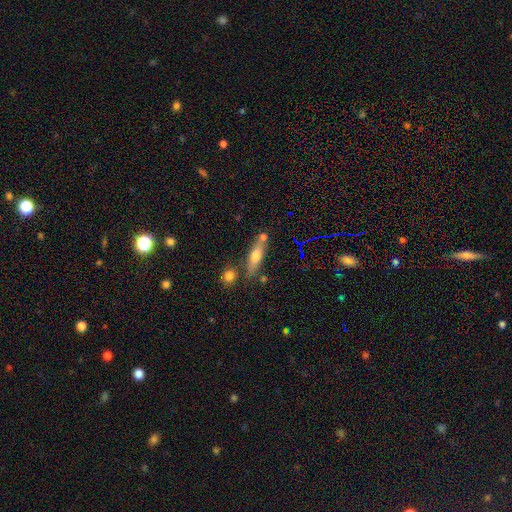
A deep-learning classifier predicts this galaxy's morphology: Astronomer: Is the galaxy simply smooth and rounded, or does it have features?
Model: smooth — 58% (runner-up: featured or disk, 34%).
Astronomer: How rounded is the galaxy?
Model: cigar-shaped — 62%.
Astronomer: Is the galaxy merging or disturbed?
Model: none — 67%.